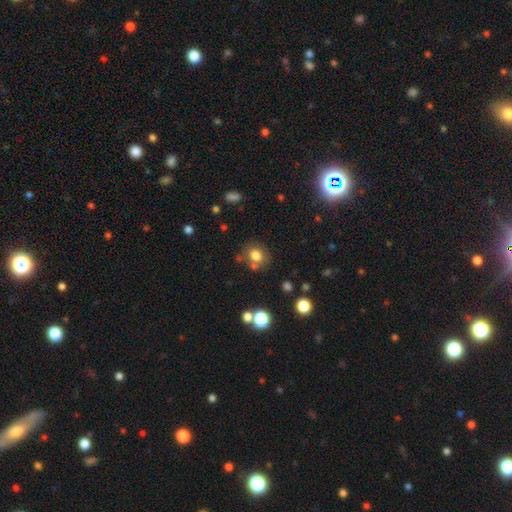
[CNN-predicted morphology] Smooth or featured?
  - smooth: 77% *
  - star or artifact: 13%
  - featured or disk: 10%
How rounded?
  - round: 68% *
  - in between: 31%
  - cigar-shaped: 1%
Merging?
  - none: 67% *
  - minor disturbance: 14%
  - merger: 13%
  - major disturbance: 6%